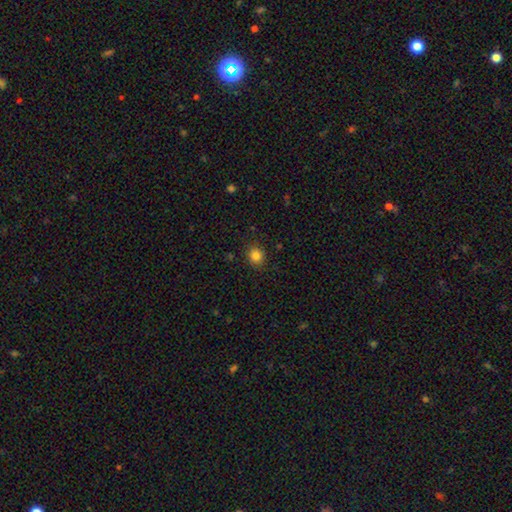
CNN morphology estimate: A smooth galaxy with no disk features (84%) that is round (81%). Merging: none (88%).